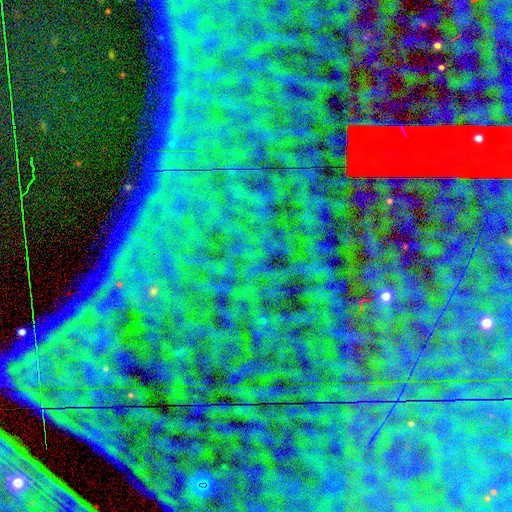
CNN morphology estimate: A star or artifact, not a galaxy (87%).

Vote fractions:
- Smooth or featured? star or artifact: 87% / featured or disk: 7% / smooth: 6%